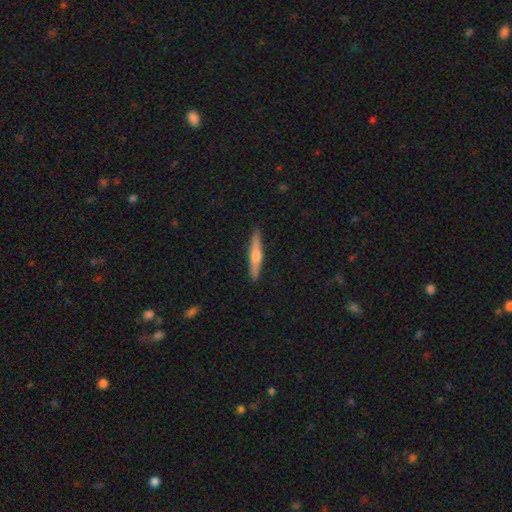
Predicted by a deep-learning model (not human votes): The model was most divided on "smooth or featured": featured or disk: 60%, smooth: 34%, star or artifact: 5%. More confident: edge-on disk — yes (97%); merging — none (91%); edge-on bulge — rounded (88%).